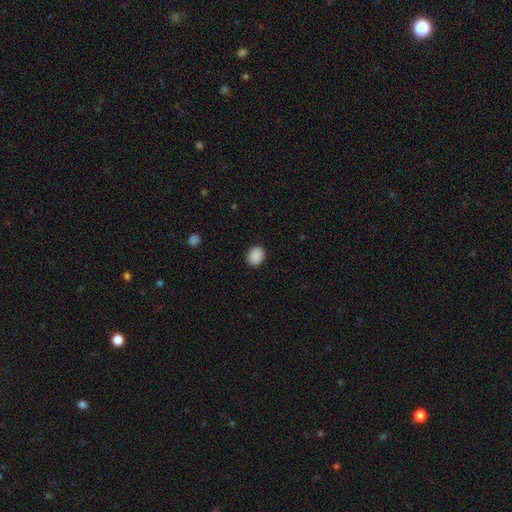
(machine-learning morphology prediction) Smooth or featured?
  - smooth: 90% *
  - star or artifact: 8%
  - featured or disk: 2%
How rounded?
  - round: 56% *
  - in between: 43%
  - cigar-shaped: 1%
Merging?
  - none: 90% *
  - minor disturbance: 7%
  - major disturbance: 2%
  - merger: 1%